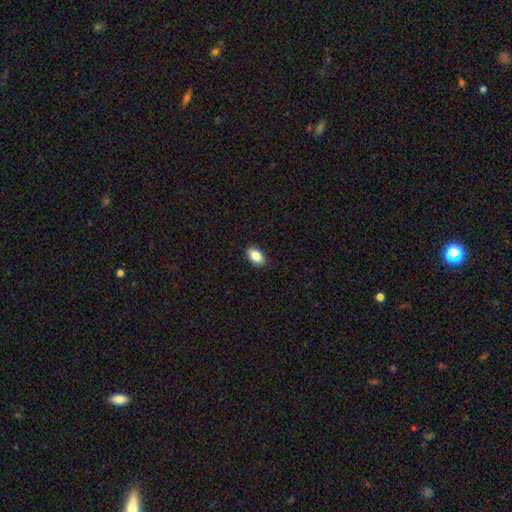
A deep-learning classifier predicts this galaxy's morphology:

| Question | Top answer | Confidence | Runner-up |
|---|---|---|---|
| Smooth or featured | smooth | 86% | star or artifact (8%) |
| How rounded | in between | 91% | round (8%) |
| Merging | none | 90% | minor disturbance (8%) |